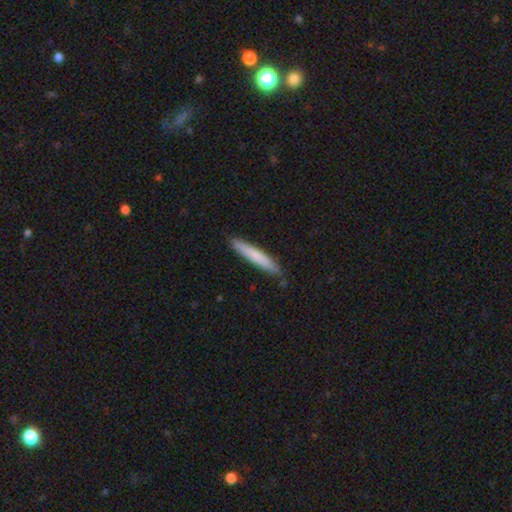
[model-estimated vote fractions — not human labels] Smooth or featured? smooth (74%)
How rounded? cigar-shaped (94%)
Merging? none (87%)